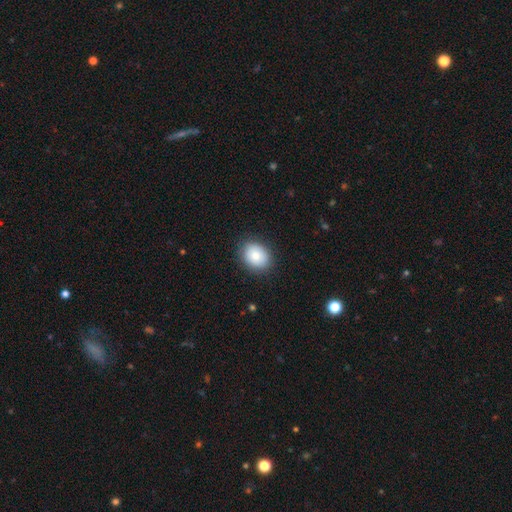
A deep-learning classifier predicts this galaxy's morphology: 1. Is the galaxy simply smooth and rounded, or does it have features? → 83% smooth, 9% featured or disk, 8% star or artifact.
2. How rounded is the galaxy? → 51% in between, 48% round, 1% cigar-shaped.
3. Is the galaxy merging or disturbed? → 87% none, 9% minor disturbance, 3% major disturbance, 1% merger.